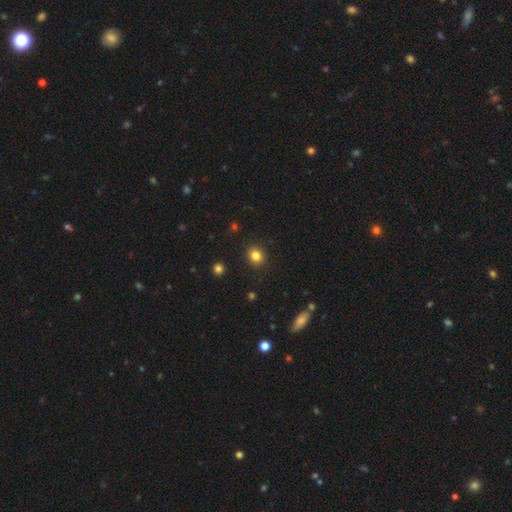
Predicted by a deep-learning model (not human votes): Morphology: type=smooth (83%); roundness=round (78%); merging=none (91%).